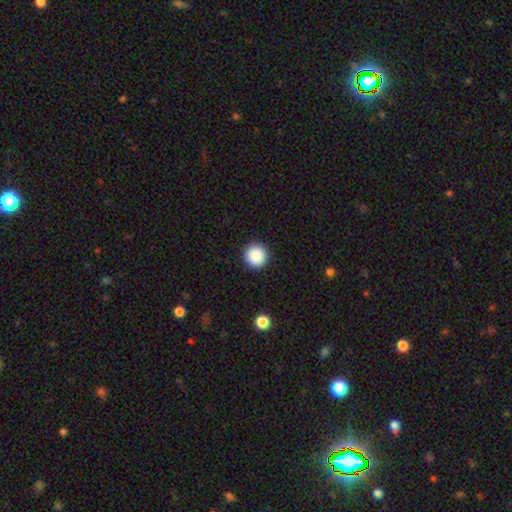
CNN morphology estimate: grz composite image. It shows a smooth galaxy with no disk features (88%) that is round (96%). Merging: none (93%).